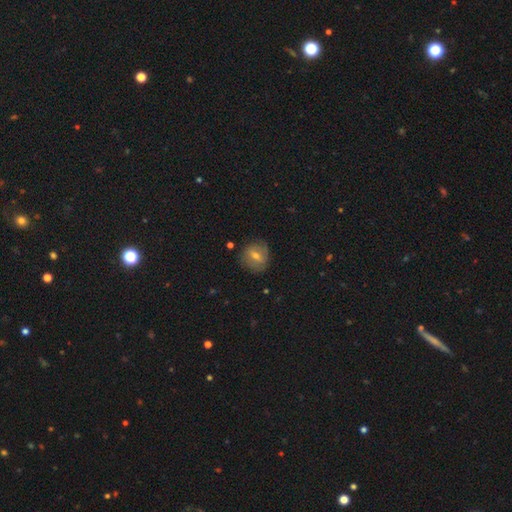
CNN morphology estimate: Q: Smooth or featured?
A: smooth (50%); runner-up: featured or disk (38%)
Q: Merging?
A: none (80%); runner-up: minor disturbance (14%)